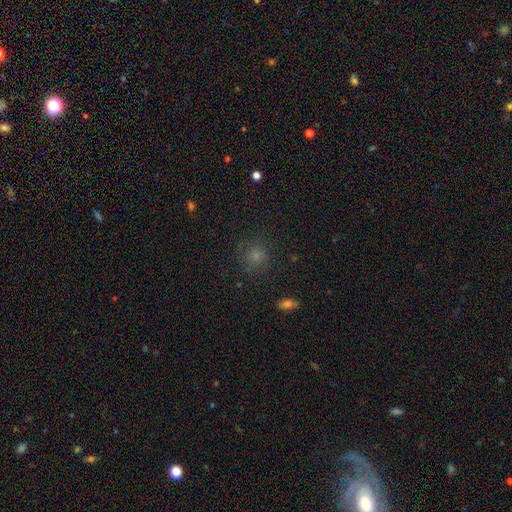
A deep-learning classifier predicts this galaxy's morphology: This is likely a smooth galaxy (73%). How rounded: clearly round (90%). Merging: clearly none (84%).